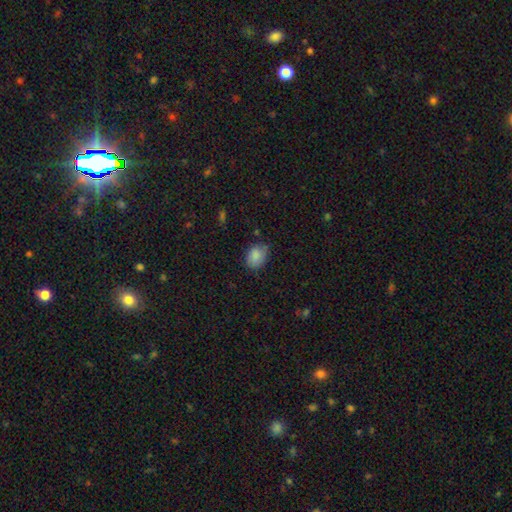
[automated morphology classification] Overall: smooth (84%). How rounded: in between (70%). Merging: none (67%).